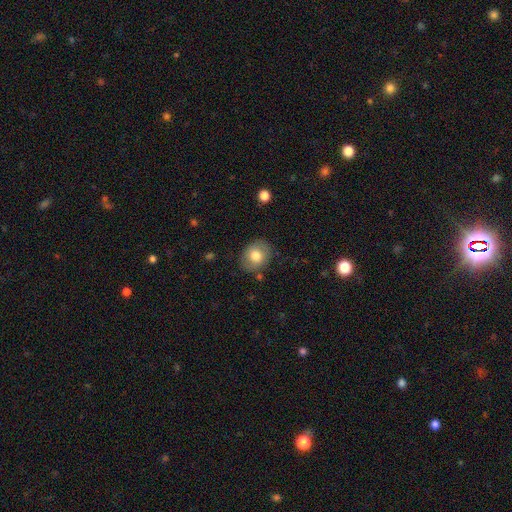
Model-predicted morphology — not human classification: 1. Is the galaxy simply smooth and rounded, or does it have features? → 75% smooth, 17% featured or disk, 8% star or artifact.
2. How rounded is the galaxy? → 50% in between, 49% round, 1% cigar-shaped.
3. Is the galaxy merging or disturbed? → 82% none, 12% minor disturbance, 3% major disturbance, 2% merger.